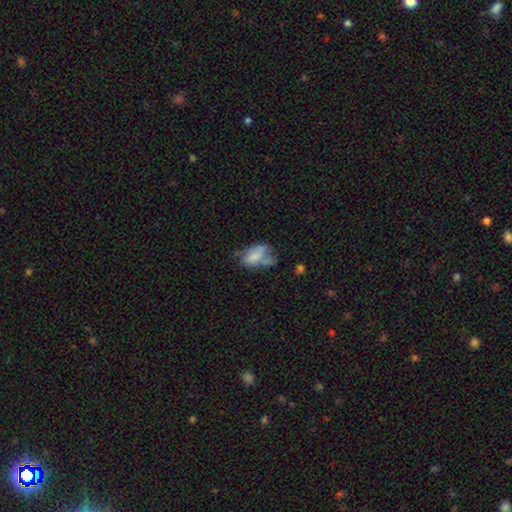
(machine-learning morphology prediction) Smooth or featured: smooth — 63% (featured or disk — 28%)
How rounded: in between — 90% (round — 7%)
Merging: none — 29% (minor disturbance — 28%)